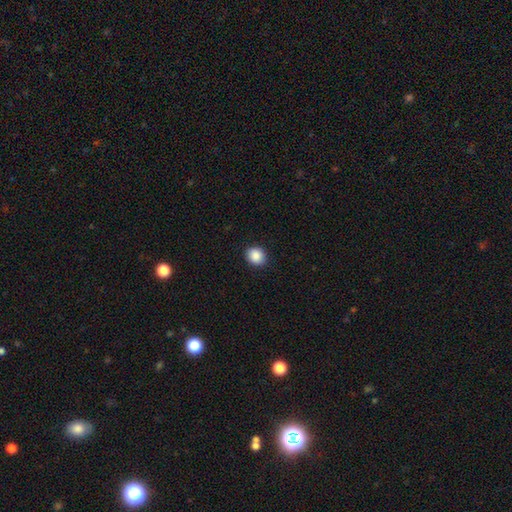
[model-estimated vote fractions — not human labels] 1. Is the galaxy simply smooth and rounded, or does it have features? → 89% smooth, 8% star or artifact, 3% featured or disk.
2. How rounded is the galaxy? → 68% round, 31% in between, 1% cigar-shaped.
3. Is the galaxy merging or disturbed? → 91% none, 7% minor disturbance, 2% major disturbance, 1% merger.